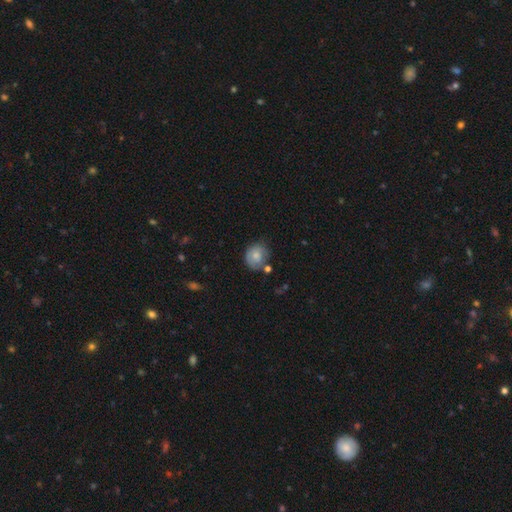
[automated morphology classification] Q: Smooth or featured?
A: smooth (70%); runner-up: featured or disk (22%)
Q: How rounded?
A: round (72%); runner-up: in between (27%)
Q: Merging?
A: none (59%); runner-up: minor disturbance (27%)